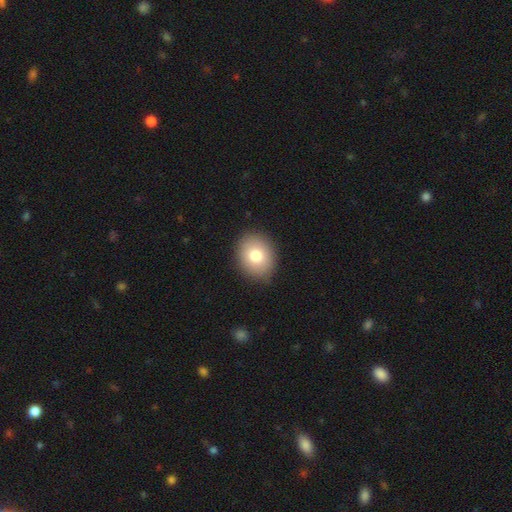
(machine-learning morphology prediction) Smooth or featured? Predicted: smooth (p=0.79). How rounded? Predicted: round (p=0.53). Merging? Predicted: none (p=0.86).